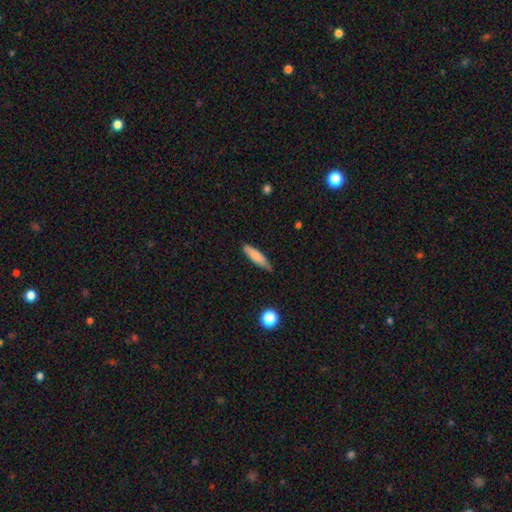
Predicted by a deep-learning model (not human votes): Smooth or featured? Predicted: smooth (p=0.79). How rounded? Predicted: cigar-shaped (p=0.71). Merging? Predicted: none (p=0.73).